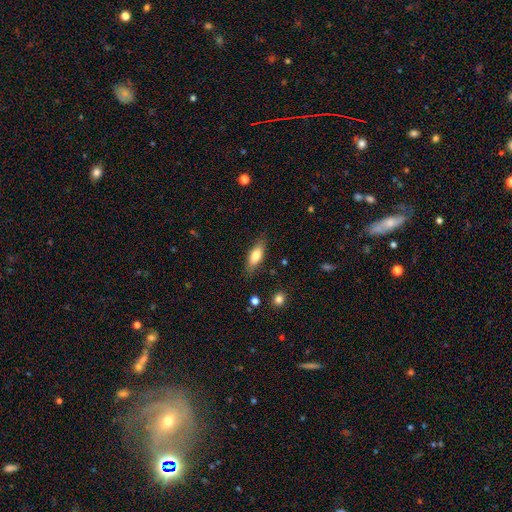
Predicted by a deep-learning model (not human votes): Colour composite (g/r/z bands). It shows a smooth galaxy with no disk features (76%) that is in between round and cigar-shaped (67%). Merging: none (82%).